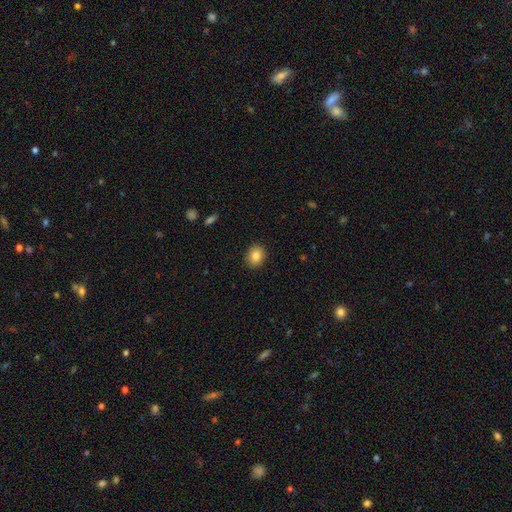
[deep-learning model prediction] Morphology: type=smooth (86%); roundness=round (58%); merging=none (90%).